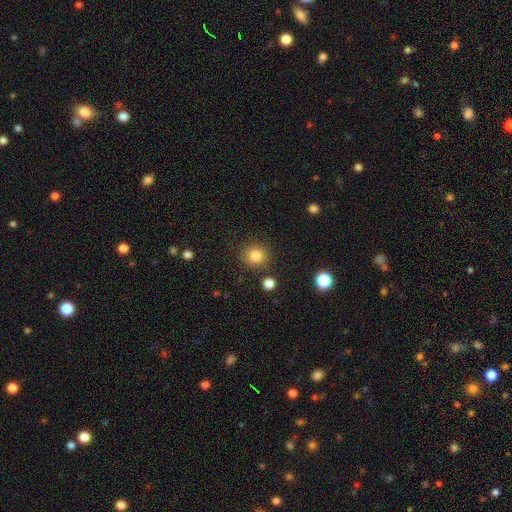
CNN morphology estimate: This is clearly a smooth galaxy (84%). How rounded: clearly round (89%). Merging: clearly none (86%).